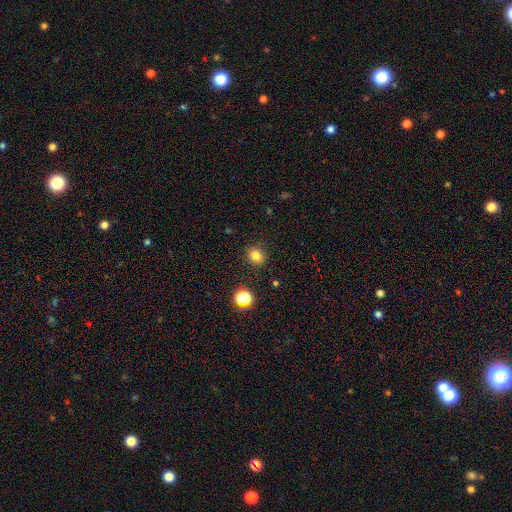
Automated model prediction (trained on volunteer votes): smooth 81%, star or artifact 14%, featured or disk 5%. Down the decision tree: how rounded — round (74%); merging — none (86%).